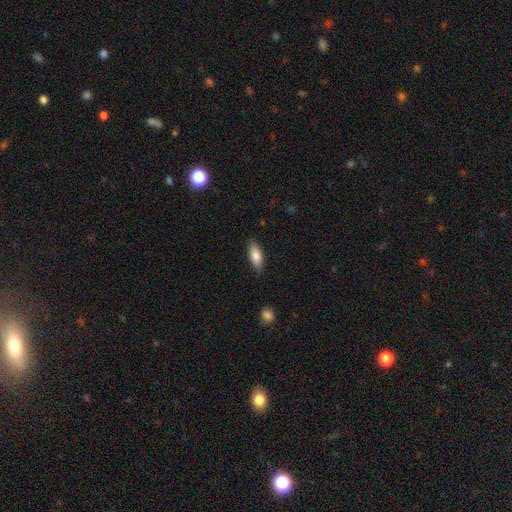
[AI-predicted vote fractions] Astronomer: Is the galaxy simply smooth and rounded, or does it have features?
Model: smooth — 81%.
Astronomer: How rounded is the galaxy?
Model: in between — 73%.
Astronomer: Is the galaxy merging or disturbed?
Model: none — 85%.